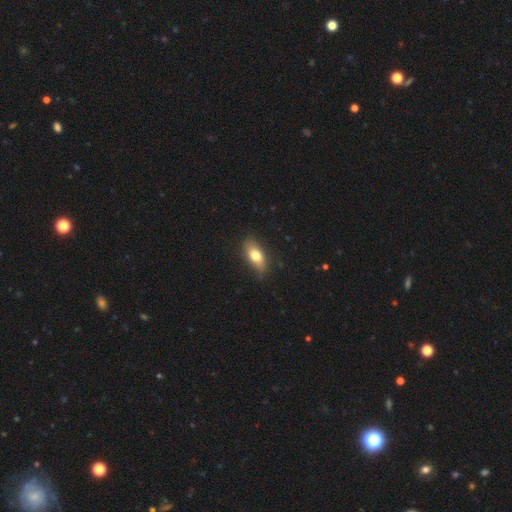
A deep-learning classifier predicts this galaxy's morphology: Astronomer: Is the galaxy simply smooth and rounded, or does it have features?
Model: smooth — 75%.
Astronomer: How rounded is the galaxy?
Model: in between — 82%.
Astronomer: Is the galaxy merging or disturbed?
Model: none — 83%.